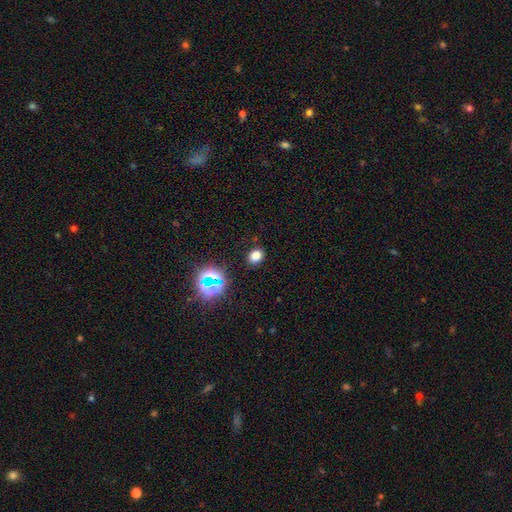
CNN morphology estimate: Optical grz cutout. It shows a smooth galaxy with no disk features (73%) that is in between round and cigar-shaped (54%). Merging: none (86%).